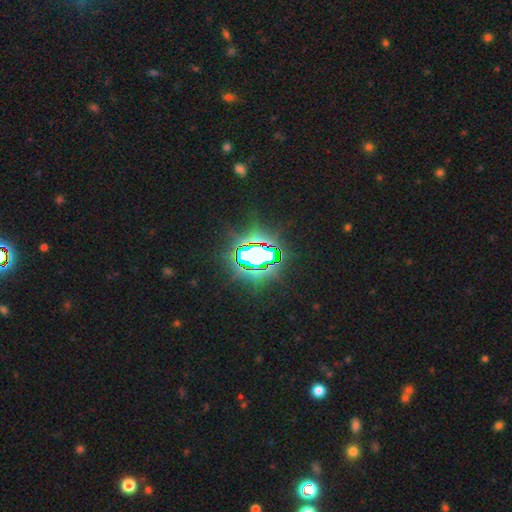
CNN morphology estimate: Smooth or featured? Predicted: star or artifact (p=0.78).